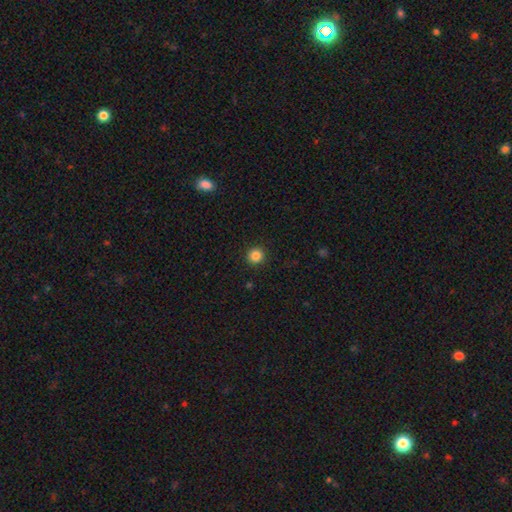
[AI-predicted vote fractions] Morphology: type=smooth (85%); roundness=round (94%); merging=none (93%).